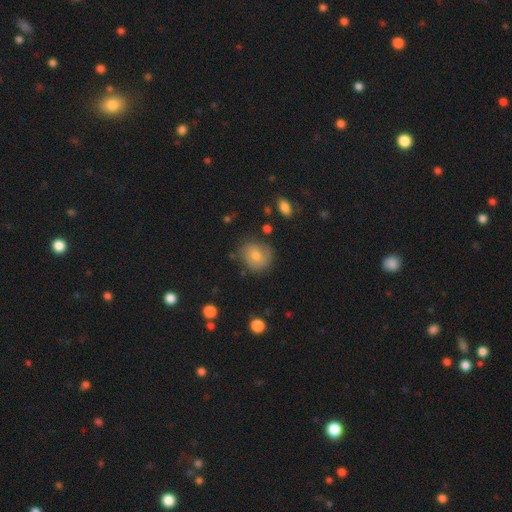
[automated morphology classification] A smooth galaxy with no disk features (61%) that is round (78%). Merging: none (76%).